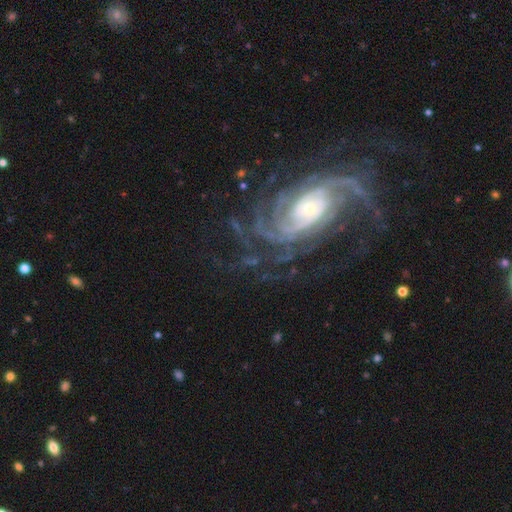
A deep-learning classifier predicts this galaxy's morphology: Overall: featured or disk (90%). Edge-on disk: no (96%). Bar: no (45%; weak 37%). Spiral arms: yes (98%). Spiral arm count: 2 (28%; 3 21%). Spiral winding: medium (46%; tight 35%). Bulge size: moderate (53%; small 23%). Merging: none (68%).